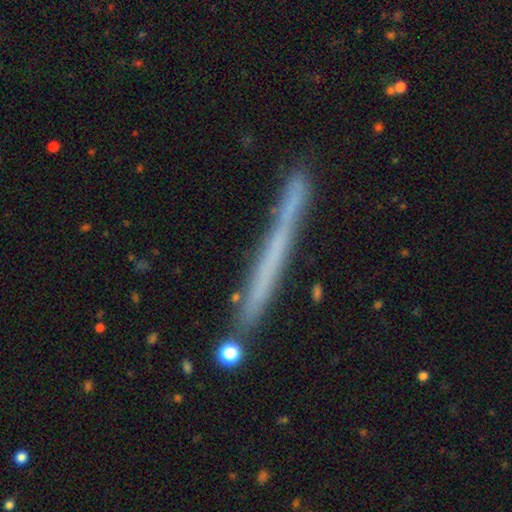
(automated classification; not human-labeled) This is possibly a featured or disk galaxy (50%). It is clearly viewed edge-on (95%). Merging: clearly none (86%).